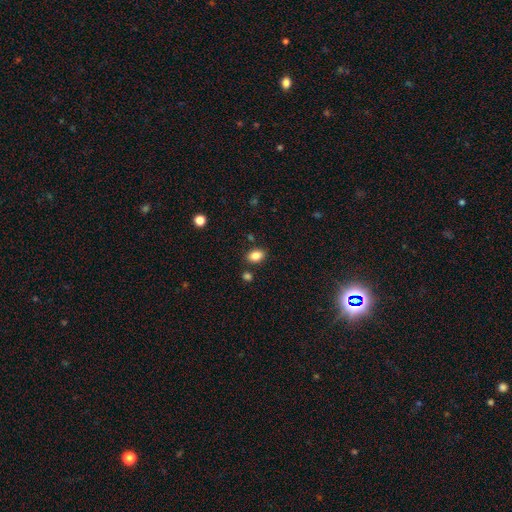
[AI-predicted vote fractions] Smooth or featured: smooth — 86% (star or artifact — 9%)
How rounded: in between — 80% (round — 19%)
Merging: none — 83% (minor disturbance — 10%)